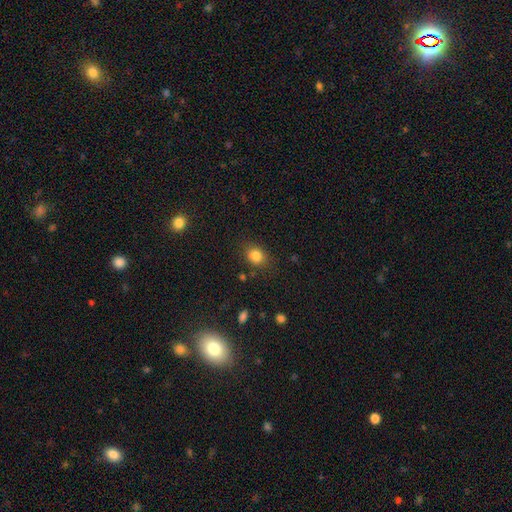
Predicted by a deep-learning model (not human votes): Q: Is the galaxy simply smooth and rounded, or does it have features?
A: smooth — 83%.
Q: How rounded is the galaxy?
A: round — 53%.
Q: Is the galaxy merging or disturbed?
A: none — 80%.